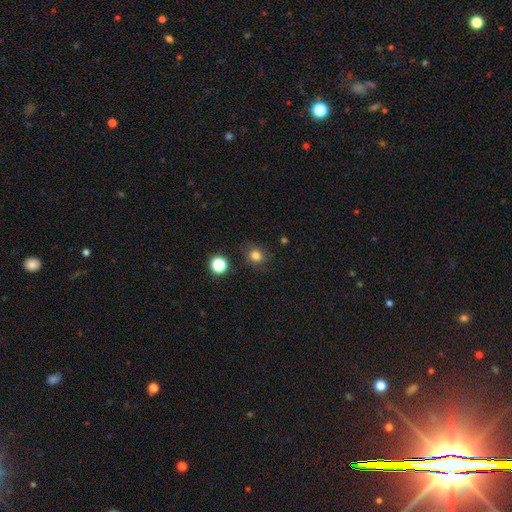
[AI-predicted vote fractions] A smooth galaxy with no disk features (80%) that is round (78%).

Vote fractions:
- Smooth or featured? smooth: 80% / star or artifact: 14% / featured or disk: 6%
- How rounded? round: 78% / in between: 21% / cigar-shaped: 1%
- Merging? none: 78% / minor disturbance: 15% / major disturbance: 5% / merger: 3%